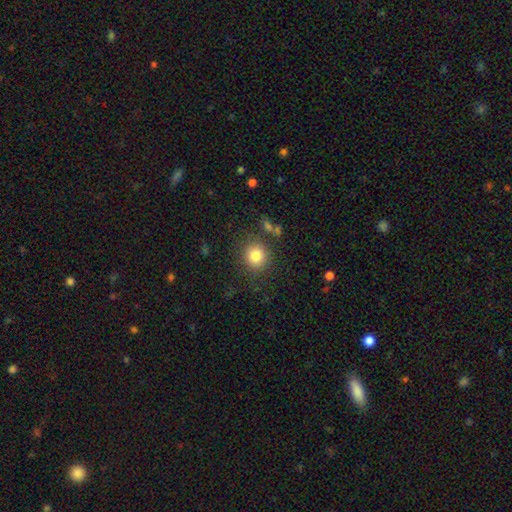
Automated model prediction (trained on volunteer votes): Smooth or featured? Predicted: smooth (p=0.81). How rounded? Predicted: round (p=0.90). Merging? Predicted: none (p=0.84).